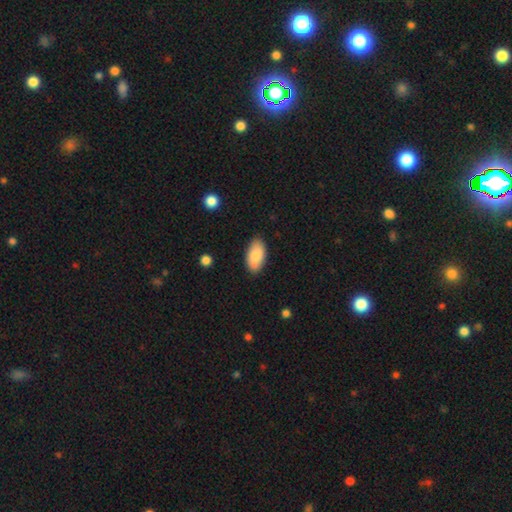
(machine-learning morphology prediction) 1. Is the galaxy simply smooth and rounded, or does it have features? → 85% smooth, 9% featured or disk, 6% star or artifact.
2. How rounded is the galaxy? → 95% in between, 3% cigar-shaped, 3% round.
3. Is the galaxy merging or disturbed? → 85% none, 12% minor disturbance, 2% major disturbance, 1% merger.